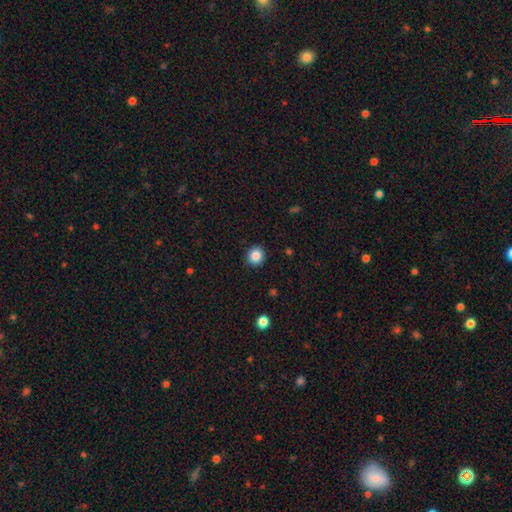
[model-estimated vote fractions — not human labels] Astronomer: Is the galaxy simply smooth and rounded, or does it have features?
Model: smooth — 86%.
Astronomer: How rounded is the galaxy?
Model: round — 88%.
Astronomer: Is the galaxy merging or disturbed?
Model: none — 91%.